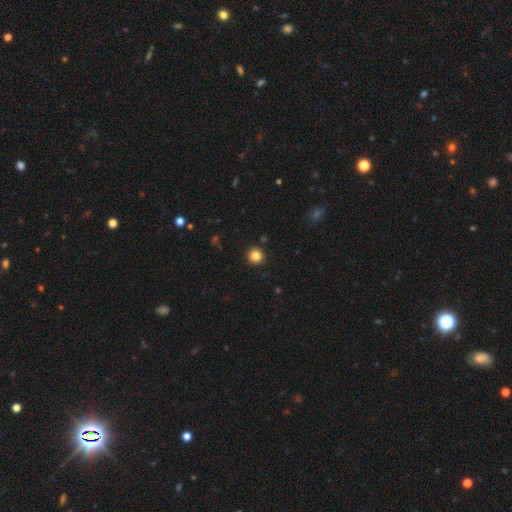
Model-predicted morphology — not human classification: Smooth or featured? Predicted: smooth (p=0.84). How rounded? Predicted: round (p=0.95). Merging? Predicted: none (p=0.93).